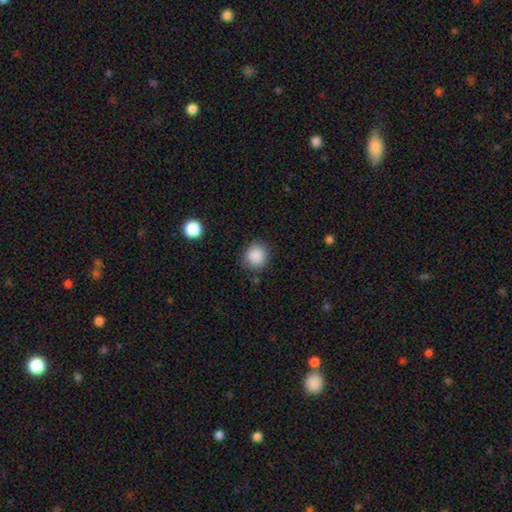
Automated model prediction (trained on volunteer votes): smooth 87%, star or artifact 9%, featured or disk 3%. Down the decision tree: how rounded — round (89%); merging — none (85%).